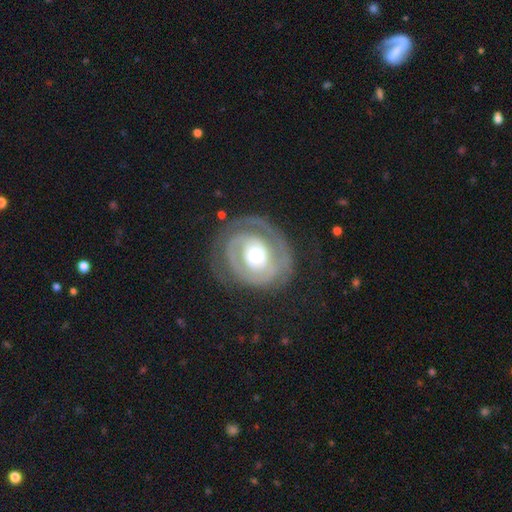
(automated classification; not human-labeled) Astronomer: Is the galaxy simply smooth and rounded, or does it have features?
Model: featured or disk — 80%.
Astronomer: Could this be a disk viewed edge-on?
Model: no — 97%.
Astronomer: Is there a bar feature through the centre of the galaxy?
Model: no — 69%.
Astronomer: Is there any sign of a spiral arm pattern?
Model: yes — 82%.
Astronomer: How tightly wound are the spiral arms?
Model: tight — 70%.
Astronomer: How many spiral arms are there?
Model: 2 — 36% (runner-up: 1, 33%).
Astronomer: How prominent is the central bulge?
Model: moderate — 51% (runner-up: small, 26%).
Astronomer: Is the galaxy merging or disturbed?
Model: none — 71%.